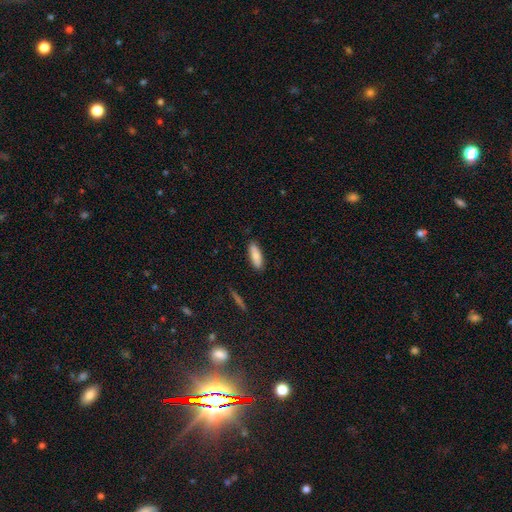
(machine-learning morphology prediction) The model was most divided on "how rounded": in between: 59%, cigar-shaped: 39%, round: 2%. More confident: merging — none (87%); smooth or featured — smooth (77%).